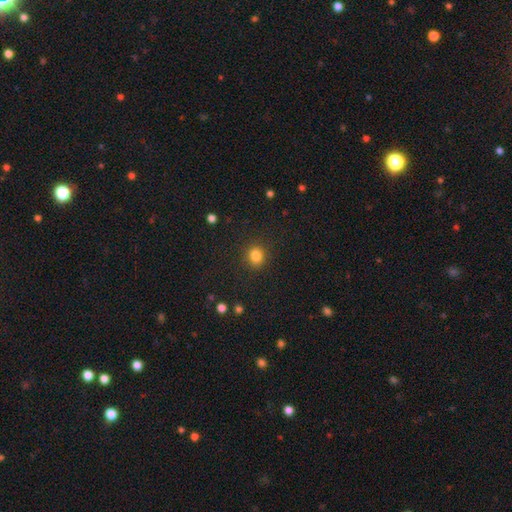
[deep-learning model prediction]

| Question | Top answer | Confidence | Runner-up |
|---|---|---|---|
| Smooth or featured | smooth | 84% | star or artifact (12%) |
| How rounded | round | 78% | in between (21%) |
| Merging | none | 89% | minor disturbance (7%) |